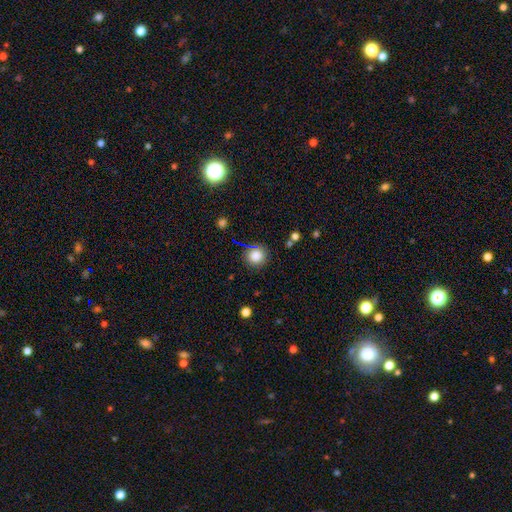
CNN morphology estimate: Smooth or featured: smooth — 81% (star or artifact — 13%)
How rounded: round — 90% (in between — 9%)
Merging: none — 83% (minor disturbance — 10%)